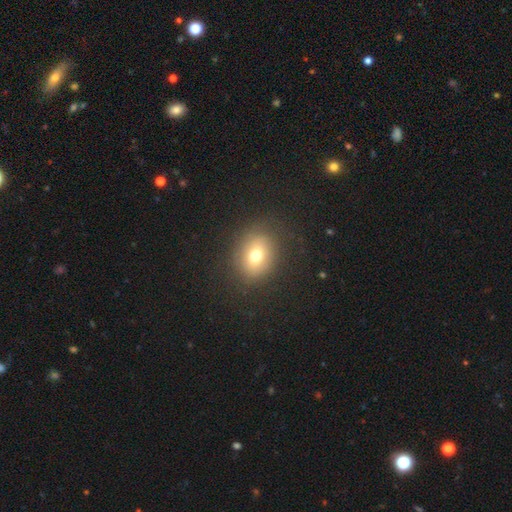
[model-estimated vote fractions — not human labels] This appears to be a smooth galaxy with no disk features (71%) that is round (51%). Merging: none (82%).